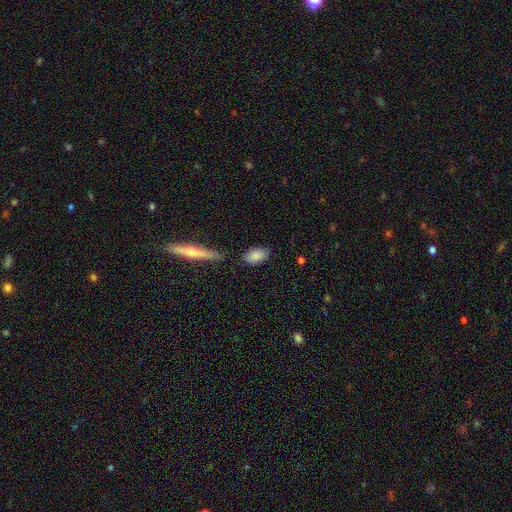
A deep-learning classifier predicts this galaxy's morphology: smooth-or-featured: smooth: 85% | featured or disk: 8% | star or artifact: 7%
  how-rounded: in between: 89% | round: 7% | cigar-shaped: 4%
  merging: none: 78% | minor disturbance: 14% | merger: 5% | major disturbance: 4%